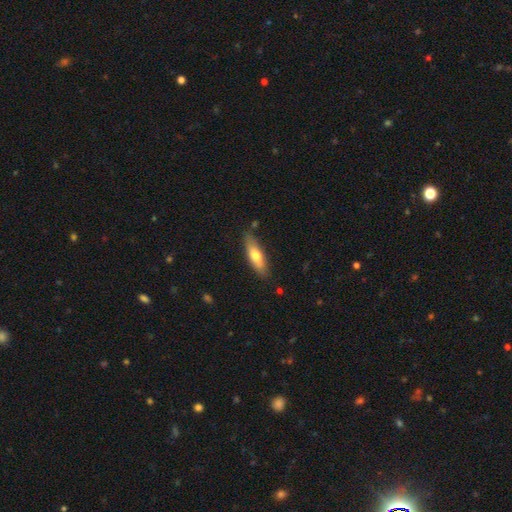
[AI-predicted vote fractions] Overall: smooth (67%; featured or disk 27%). How rounded: cigar-shaped (54%; in between 44%). Merging: none (82%).